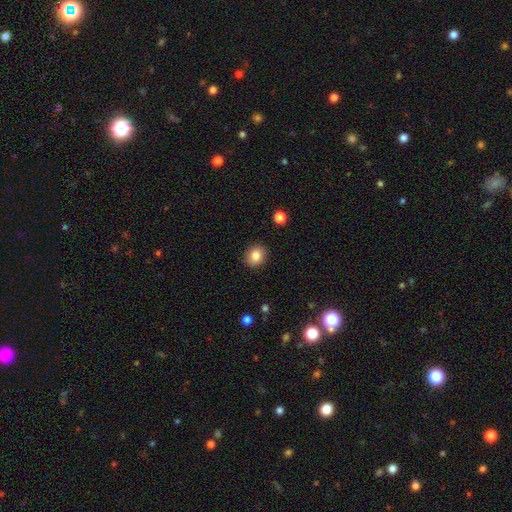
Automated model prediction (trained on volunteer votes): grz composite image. It shows a smooth galaxy with no disk features (84%) that is round (71%). Merging: none (90%).